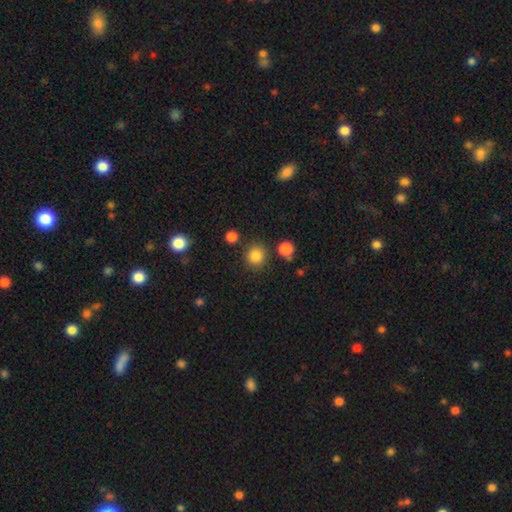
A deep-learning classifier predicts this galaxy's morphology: A smooth galaxy with no disk features (84%) that is round (90%). Merging: none (84%).